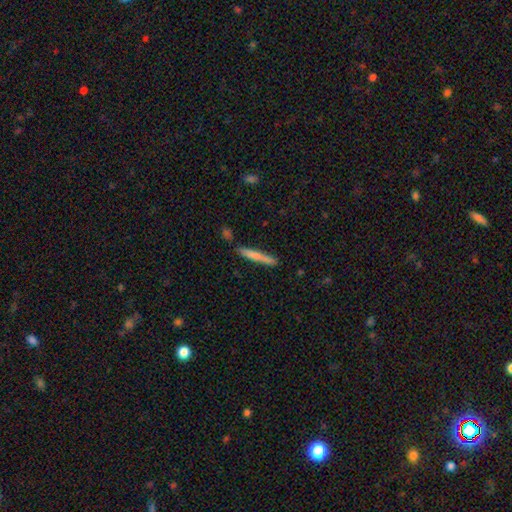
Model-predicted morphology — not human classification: Overall: smooth (73%). How rounded: cigar-shaped (95%). Merging: none (82%).